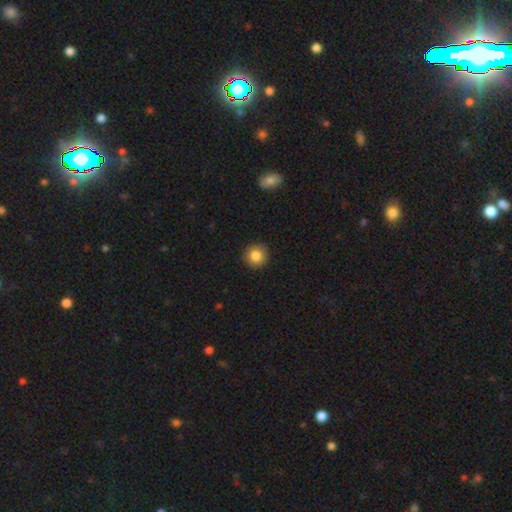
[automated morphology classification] A smooth galaxy with no disk features (85%) that is round (95%). Merging: none (91%).